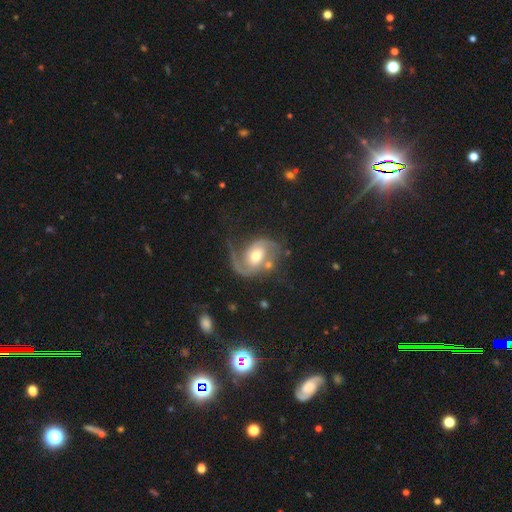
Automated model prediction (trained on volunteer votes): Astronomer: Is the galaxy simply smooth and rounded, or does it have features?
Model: featured or disk — 85%.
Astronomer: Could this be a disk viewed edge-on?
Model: no — 97%.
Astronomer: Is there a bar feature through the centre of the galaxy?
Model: no — 51% (runner-up: weak, 36%).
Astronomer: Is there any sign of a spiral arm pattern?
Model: yes — 96%.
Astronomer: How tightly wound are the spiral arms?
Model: medium — 48% (runner-up: loose, 32%).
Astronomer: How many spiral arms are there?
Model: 2 — 79%.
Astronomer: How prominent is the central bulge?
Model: moderate — 70%.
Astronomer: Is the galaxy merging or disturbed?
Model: none — 52%.